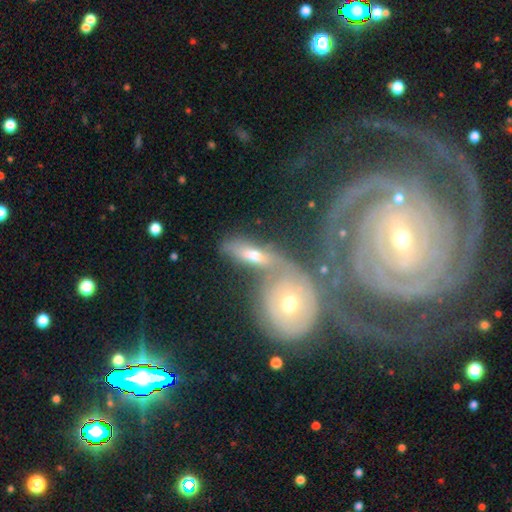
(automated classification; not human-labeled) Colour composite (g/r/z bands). It shows a featured or disk galaxy (68%) with no bar (55%), 2 (43%) tight (69%) spiral arms (88%) and a small central bulge (49%). Merging: merger (38%).